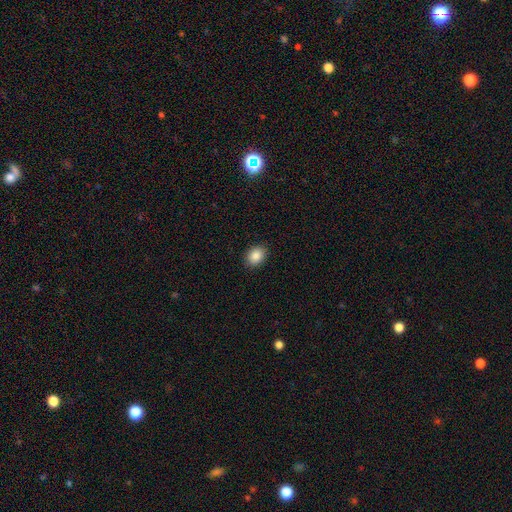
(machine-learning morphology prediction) This appears to be a smooth galaxy with no disk features (88%) that is in between round and cigar-shaped (56%). Merging: none (89%).